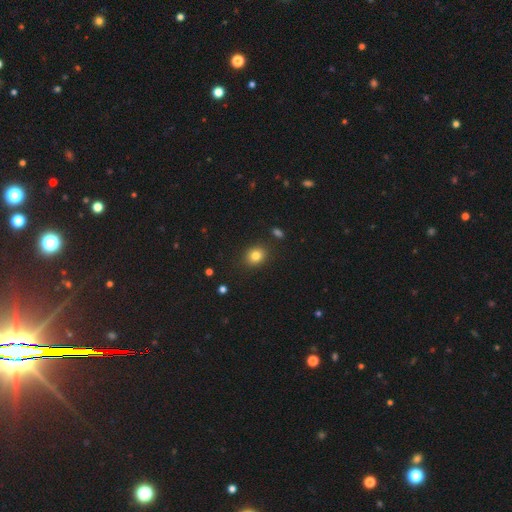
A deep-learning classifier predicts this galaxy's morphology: This appears to be a smooth galaxy with no disk features (82%) that is round (62%). Merging: none (87%).